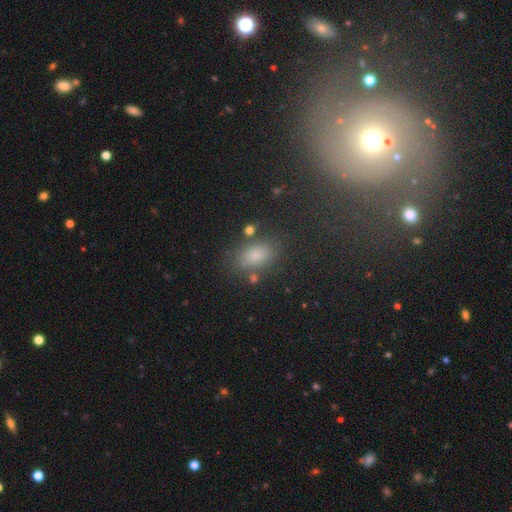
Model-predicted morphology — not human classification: Smooth or featured? Predicted: smooth (p=0.73). How rounded? Predicted: in between (p=0.84). Merging? Predicted: none (p=0.75).